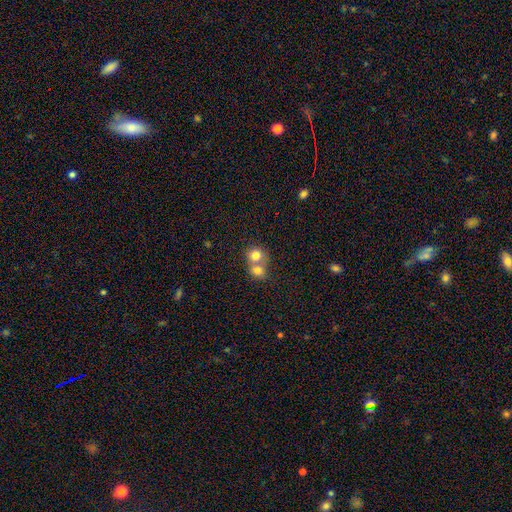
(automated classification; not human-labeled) Morphology: type=smooth (78%); roundness=round (78%); merging=merger (64%).